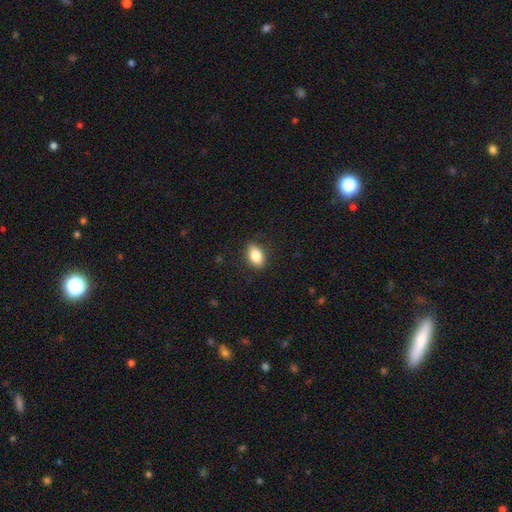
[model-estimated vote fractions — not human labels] This appears to be a smooth galaxy with no disk features (84%) that is in between round and cigar-shaped (86%). Merging: none (87%).